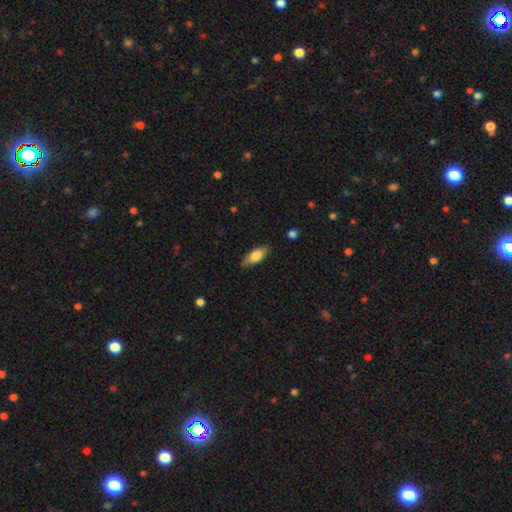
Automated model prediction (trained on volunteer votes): Smooth or featured? smooth (75%)
How rounded? in between (77%)
Merging? none (84%)